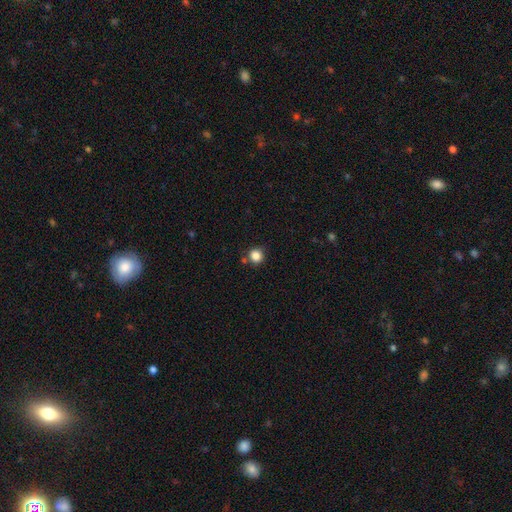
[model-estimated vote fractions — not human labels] A smooth galaxy with no disk features (84%) that is round (90%).

Vote fractions:
- Smooth or featured? smooth: 84% / star or artifact: 12% / featured or disk: 4%
- How rounded? round: 90% / in between: 9% / cigar-shaped: 1%
- Merging? none: 79% / minor disturbance: 11% / merger: 7% / major disturbance: 3%